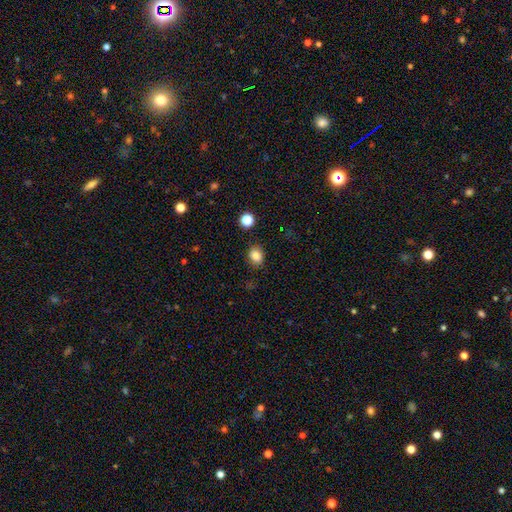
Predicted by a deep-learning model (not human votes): Q: Smooth or featured?
A: smooth (85%); runner-up: star or artifact (11%)
Q: How rounded?
A: round (50%); runner-up: in between (49%)
Q: Merging?
A: none (83%); runner-up: minor disturbance (12%)